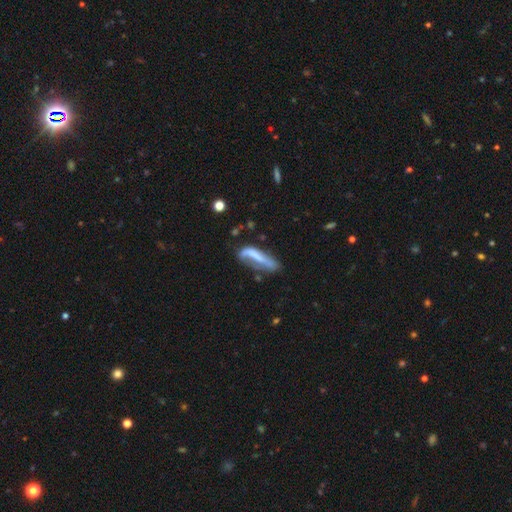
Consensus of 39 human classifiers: Q: Smooth or featured?
A: featured or disk (56%); runner-up: smooth (38%)
Q: Edge-on disk?
A: no (82%); runner-up: yes (18%)
Q: Bar?
A: no (50%); runner-up: strong (44%)
Q: Spiral arms?
A: no (72%); runner-up: yes (28%)
Q: Bulge size?
A: none (56%); runner-up: small (28%)
Q: Merging?
A: minor disturbance (38%); runner-up: major disturbance (24%)